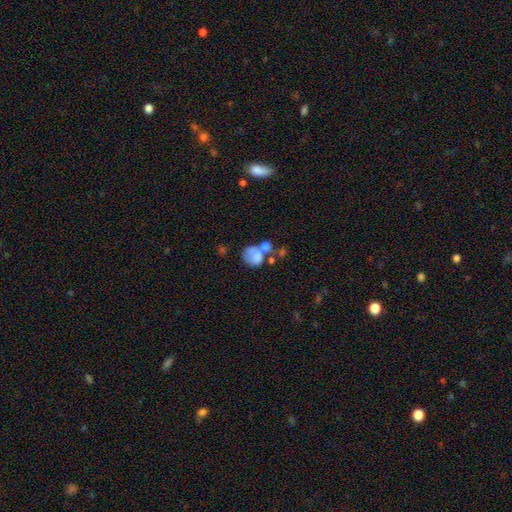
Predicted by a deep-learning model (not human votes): The model was most divided on "how rounded": round: 58%, in between: 41%, cigar-shaped: 1%. Remaining: smooth or featured — smooth (67%); merging — merger (44%).